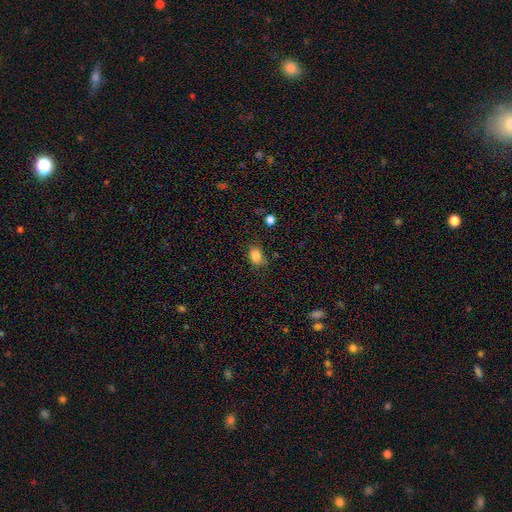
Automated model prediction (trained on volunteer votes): Overall: smooth (85%). How rounded: in between (65%; round 34%). Merging: none (80%).